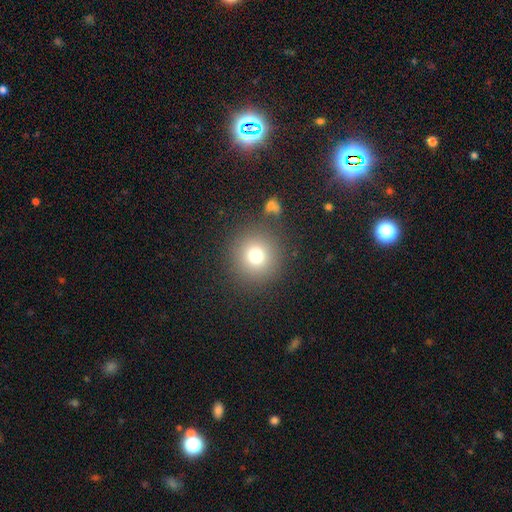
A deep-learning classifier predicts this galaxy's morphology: Overall: smooth (75%). How rounded: round (95%). Merging: none (84%).